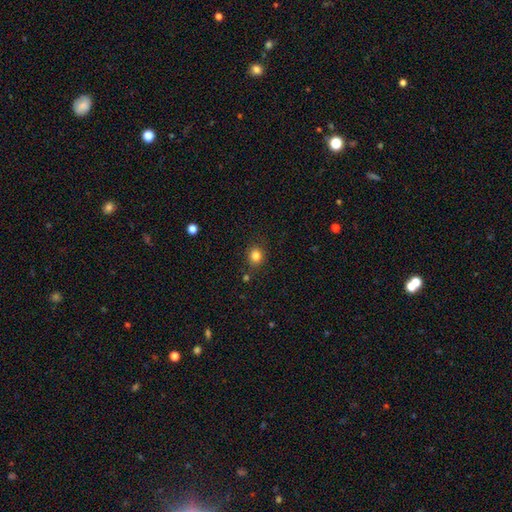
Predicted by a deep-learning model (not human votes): Smooth or featured? Predicted: smooth (p=0.83). How rounded? Predicted: round (p=0.75). Merging? Predicted: none (p=0.84).